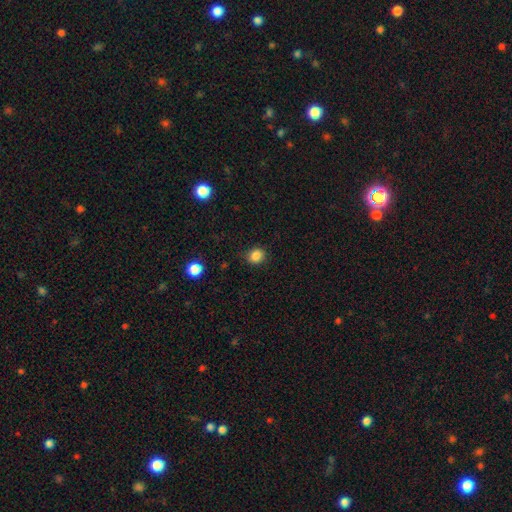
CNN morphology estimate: smooth-or-featured: smooth: 85% | star or artifact: 11% | featured or disk: 4%
  how-rounded: round: 71% | in between: 28% | cigar-shaped: 1%
  merging: none: 84% | minor disturbance: 12% | major disturbance: 3% | merger: 1%